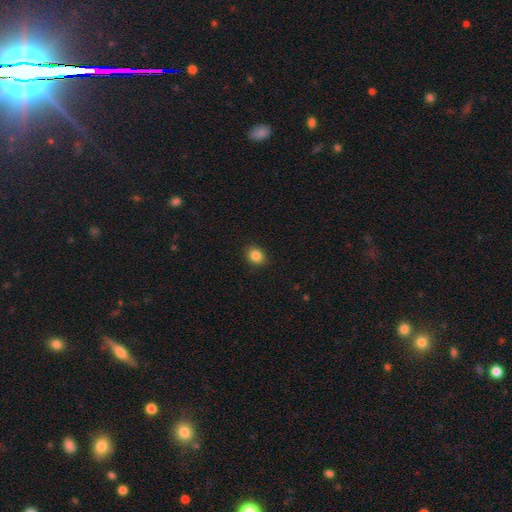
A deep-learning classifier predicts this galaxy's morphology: Smooth or featured? smooth (85%)
How rounded? round (55%)
Merging? none (89%)